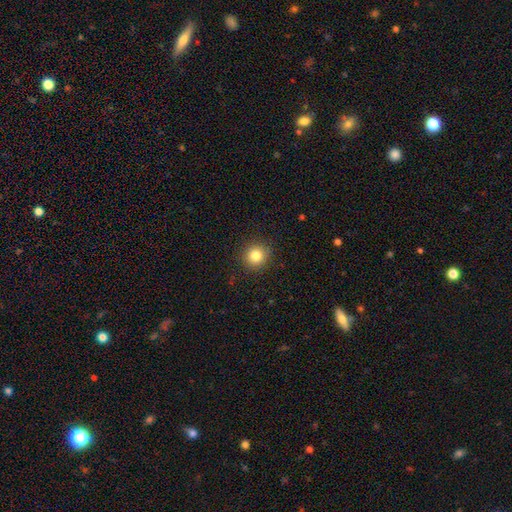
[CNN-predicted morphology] Smooth or featured? smooth (83%)
How rounded? round (92%)
Merging? none (91%)